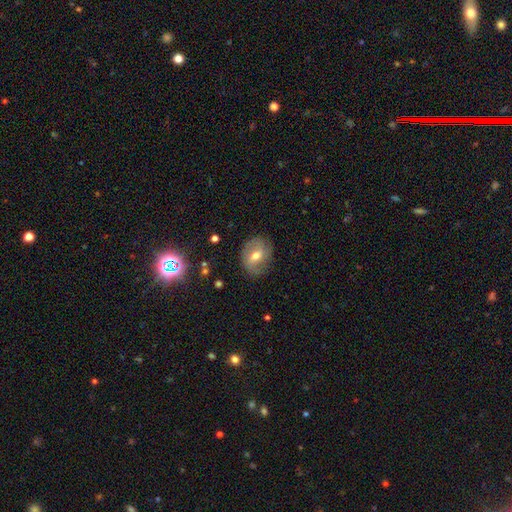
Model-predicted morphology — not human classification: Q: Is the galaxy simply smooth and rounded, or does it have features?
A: featured or disk — 49%.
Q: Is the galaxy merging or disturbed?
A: none — 77%.